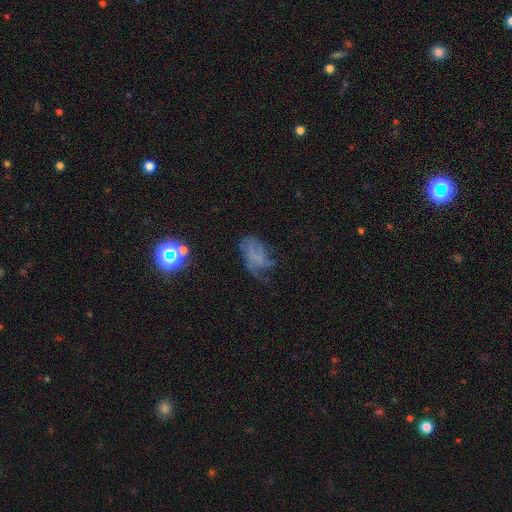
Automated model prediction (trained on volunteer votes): featured or disk 46%, smooth 35%, star or artifact 19%. Down the decision tree: merging — major disturbance (37%).